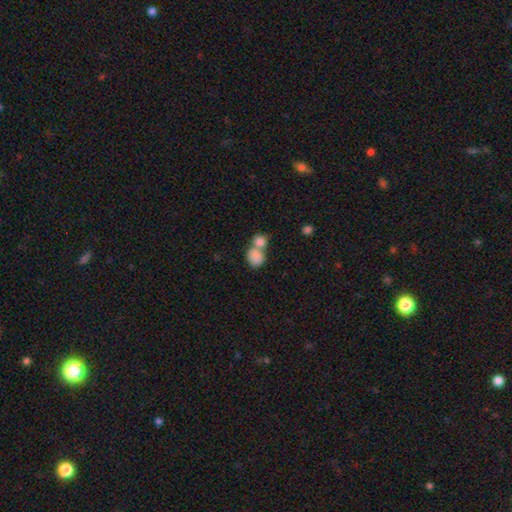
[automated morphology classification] A smooth galaxy with no disk features (83%) that is round (54%).

Vote fractions:
- Smooth or featured? smooth: 83% / featured or disk: 9% / star or artifact: 8%
- How rounded? round: 54% / in between: 45% / cigar-shaped: 1%
- Merging? merger: 61% / none: 28% / minor disturbance: 8% / major disturbance: 4%